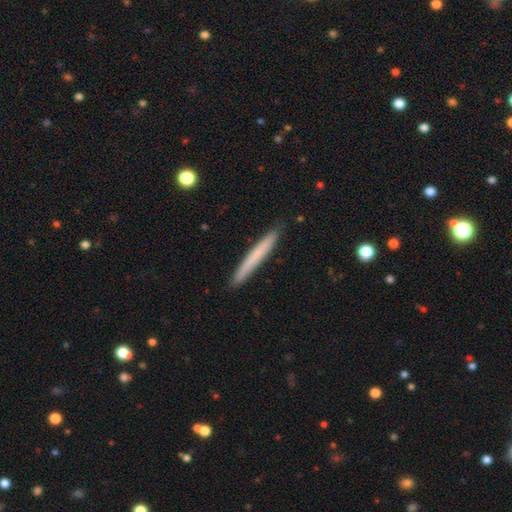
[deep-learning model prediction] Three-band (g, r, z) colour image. It shows a smooth galaxy with no disk features (66%) that is cigar-shaped (97%). Merging: none (91%).